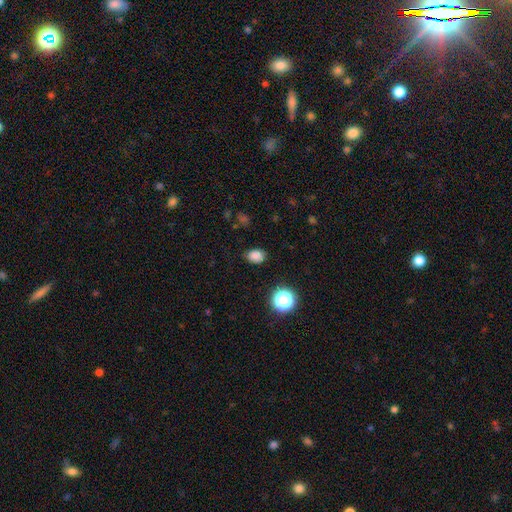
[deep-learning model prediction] smooth_or_featured: smooth (p=0.82) [alt: star or artifact p=0.14]
how_rounded: in between (p=0.69) [alt: round p=0.30]
merging: none (p=0.82) [alt: minor disturbance p=0.13]